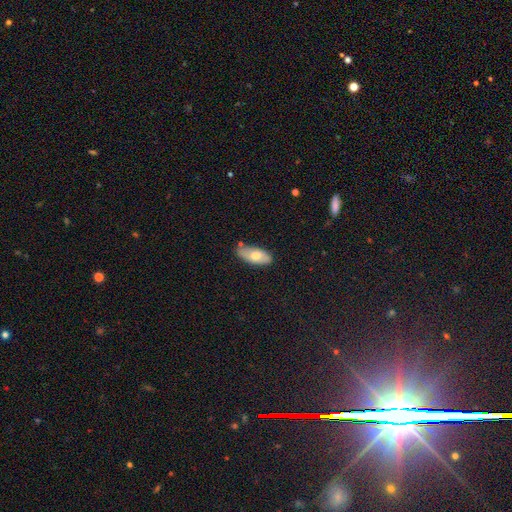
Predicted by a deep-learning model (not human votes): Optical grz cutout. It shows a smooth galaxy with no disk features (68%) that is in between round and cigar-shaped (89%). Merging: none (71%).